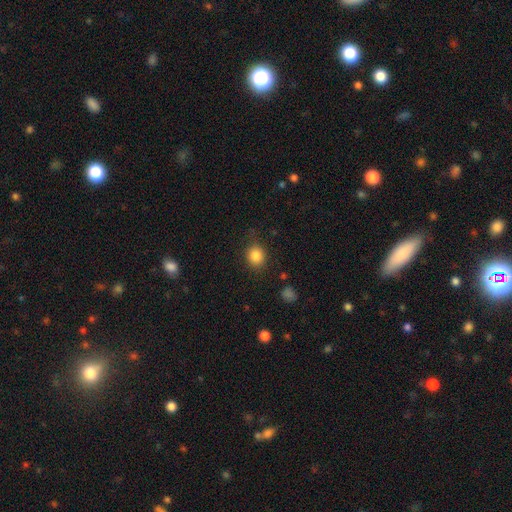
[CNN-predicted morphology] The model was most divided on "how rounded": round: 70%, in between: 29%, cigar-shaped: 1%. More confident: smooth or featured — smooth (85%); merging — none (82%).